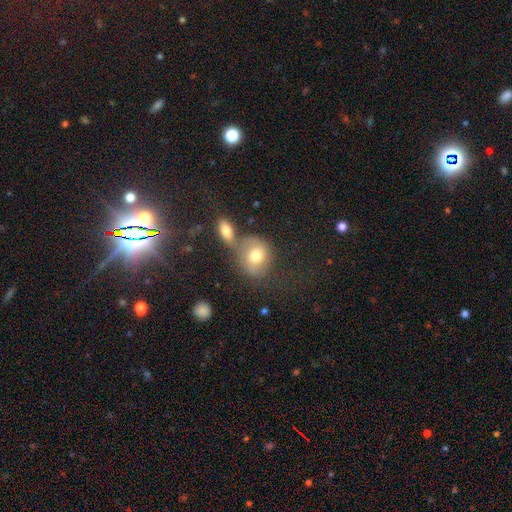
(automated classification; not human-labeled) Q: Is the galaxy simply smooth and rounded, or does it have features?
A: smooth — 67%.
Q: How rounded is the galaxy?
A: round — 66%.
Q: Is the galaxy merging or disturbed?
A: none — 40%.